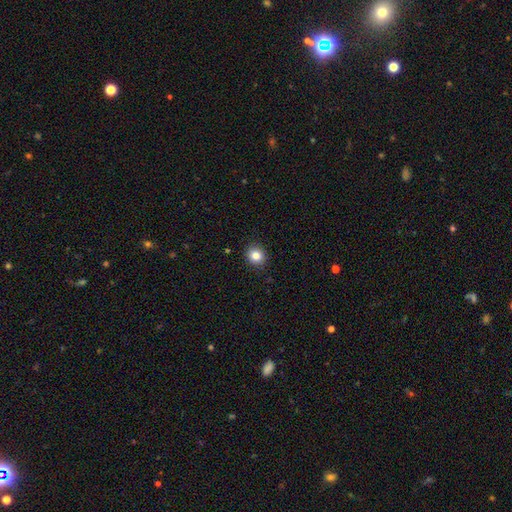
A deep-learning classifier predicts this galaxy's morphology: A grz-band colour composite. It shows a smooth galaxy with no disk features (83%) that is round (84%). Merging: none (90%).